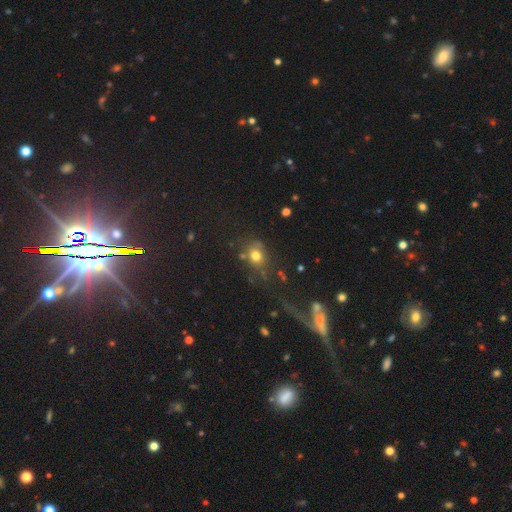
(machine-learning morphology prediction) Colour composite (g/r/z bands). It shows a smooth galaxy with no disk features (69%) that is round (66%). Merging: none (59%).